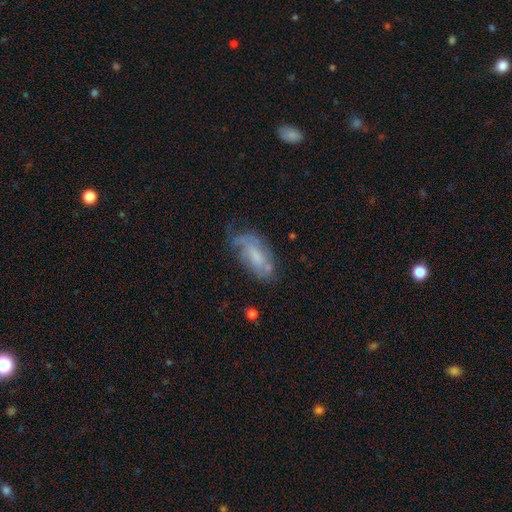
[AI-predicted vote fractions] A featured or disk galaxy (47%).

Vote fractions:
- Smooth or featured? featured or disk: 47% / smooth: 44% / star or artifact: 9%
- Merging? none: 43% / minor disturbance: 32% / major disturbance: 21% / merger: 4%